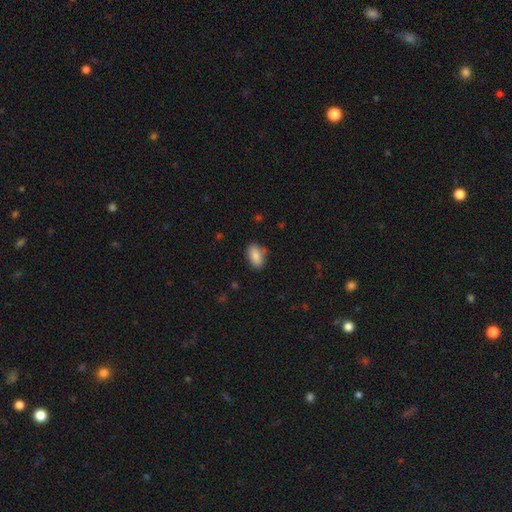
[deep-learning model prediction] This appears to be a smooth galaxy with no disk features (83%) that is in between round and cigar-shaped (89%). Merging: none (78%).